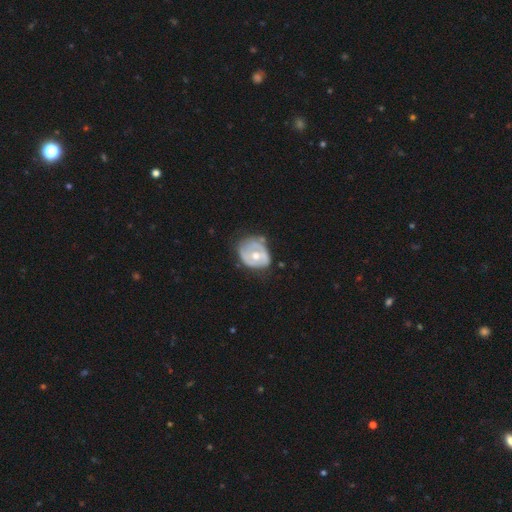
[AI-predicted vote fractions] Smooth or featured? featured or disk (62%)
Edge-on disk? no (96%)
Bar? no (76%)
Spiral arms? no (57%)
Bulge size? moderate (75%)
Merging? none (44%)